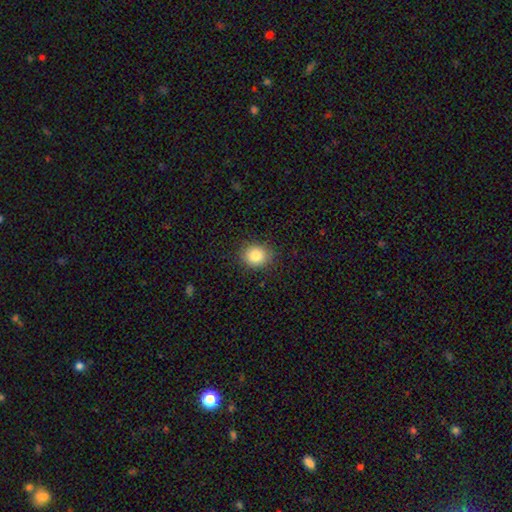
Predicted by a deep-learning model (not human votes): smooth 84%, star or artifact 10%, featured or disk 6%. Down the decision tree: how rounded — round (73%); merging — none (88%).